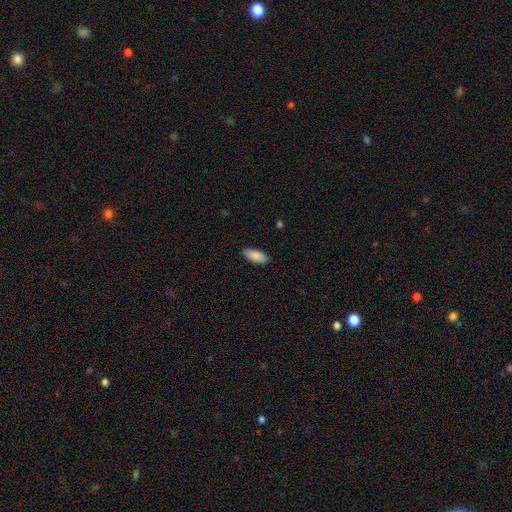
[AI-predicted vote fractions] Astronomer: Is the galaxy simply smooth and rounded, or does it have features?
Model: smooth — 89%.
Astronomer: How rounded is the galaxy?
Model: in between — 86%.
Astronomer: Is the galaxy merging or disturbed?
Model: none — 87%.